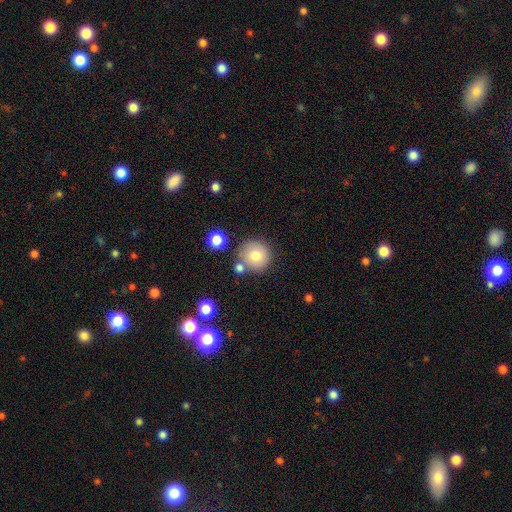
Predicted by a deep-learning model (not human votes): smooth-or-featured: smooth: 77% | featured or disk: 13% | star or artifact: 11%
  how-rounded: round: 94% | in between: 5% | cigar-shaped: 1%
  merging: none: 74% | merger: 13% | minor disturbance: 10% | major disturbance: 3%